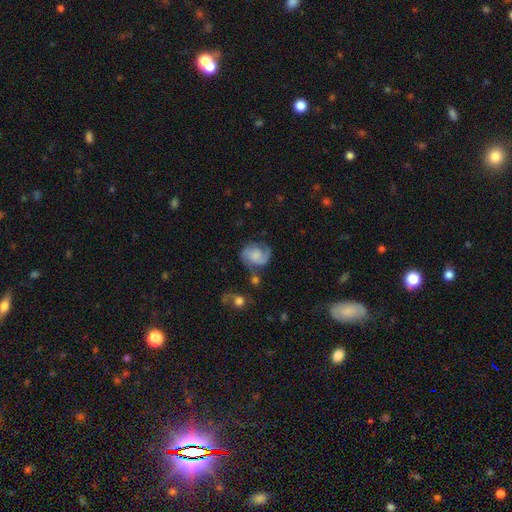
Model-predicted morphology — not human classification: This is likely a featured or disk galaxy (70%). It is clearly not viewed edge-on (98%). Bar: likely no (63%). Spiral arm pattern: clearly yes (94%). Spiral arm count: likely 2 (78%). Spiral winding: possibly medium (47%). Central bulge: marginally none (31%). Merging: likely none (61%).